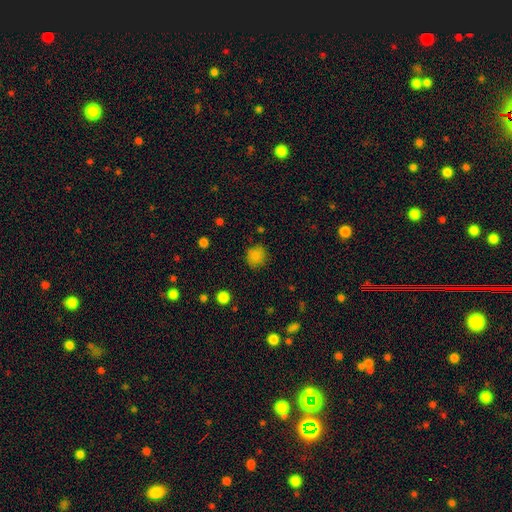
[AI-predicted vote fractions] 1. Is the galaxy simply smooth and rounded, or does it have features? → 83% smooth, 12% star or artifact, 5% featured or disk.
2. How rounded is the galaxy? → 86% round, 13% in between, 1% cigar-shaped.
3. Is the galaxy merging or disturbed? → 82% none, 13% minor disturbance, 4% major disturbance, 2% merger.